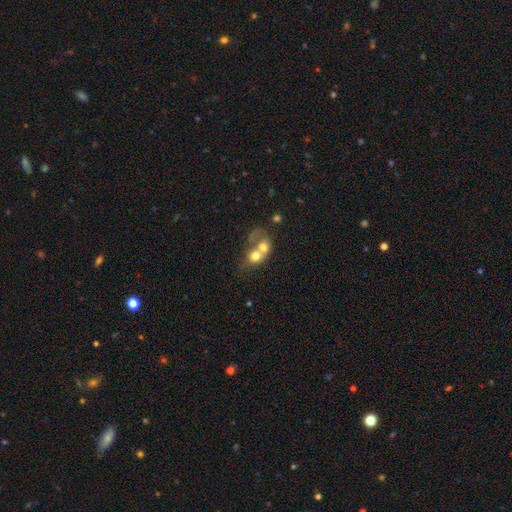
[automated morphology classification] smooth_or_featured: smooth (p=0.62) [alt: featured or disk p=0.28]
how_rounded: round (p=0.61) [alt: in between p=0.37]
merging: merger (p=0.75) [alt: none p=0.13]